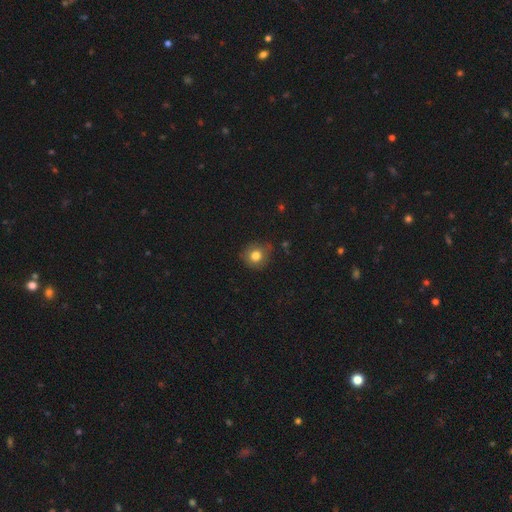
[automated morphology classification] This is likely a smooth galaxy (80%). How rounded: clearly round (88%). Merging: likely none (77%).